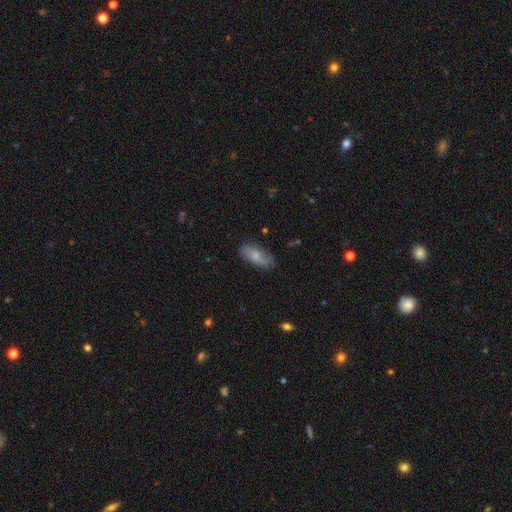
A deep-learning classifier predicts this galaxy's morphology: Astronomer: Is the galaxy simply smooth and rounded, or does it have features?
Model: smooth — 67%.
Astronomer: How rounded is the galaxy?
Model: in between — 85%.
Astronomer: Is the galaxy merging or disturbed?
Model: none — 77%.